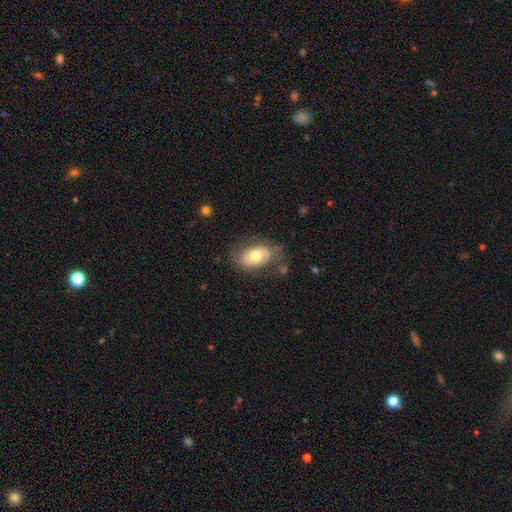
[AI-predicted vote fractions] This is possibly a smooth galaxy (54%). How rounded: clearly in between (86%). Merging: likely none (64%).